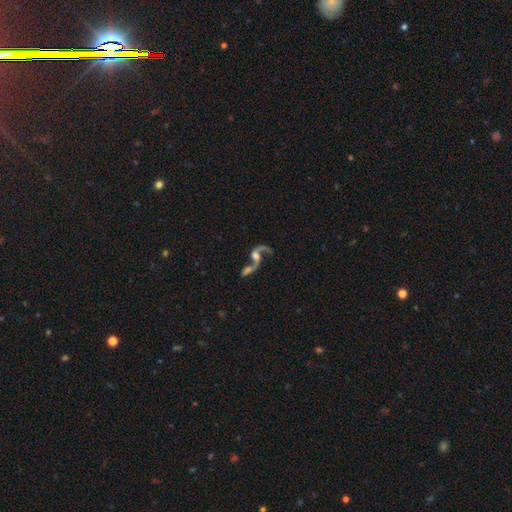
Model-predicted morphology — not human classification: Smooth or featured: featured or disk — 80% (smooth — 12%)
Edge-on disk: no — 95% (yes — 5%)
Bar: no — 60% (weak — 29%)
Spiral arms: yes — 89% (no — 11%)
Spiral winding: loose — 86% (medium — 11%)
Spiral arm count: 2 — 79% (1 — 15%)
Bulge size: moderate — 44% (small — 21%)
Merging: merger — 47% (none — 28%)